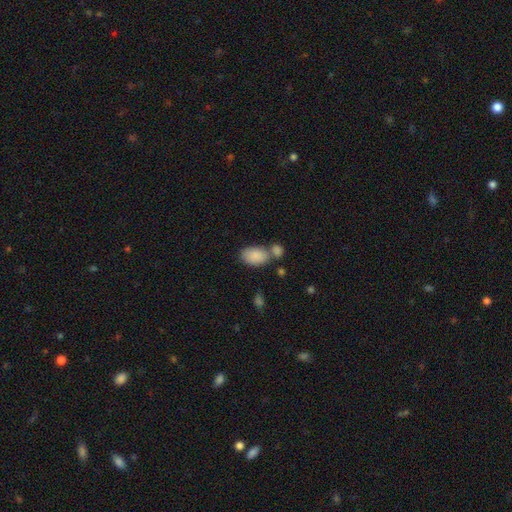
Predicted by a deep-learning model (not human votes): The model was most divided on "merging": none: 49%, merger: 32%, minor disturbance: 14%, major disturbance: 5%. More confident: how rounded — in between (92%); smooth or featured — smooth (87%).